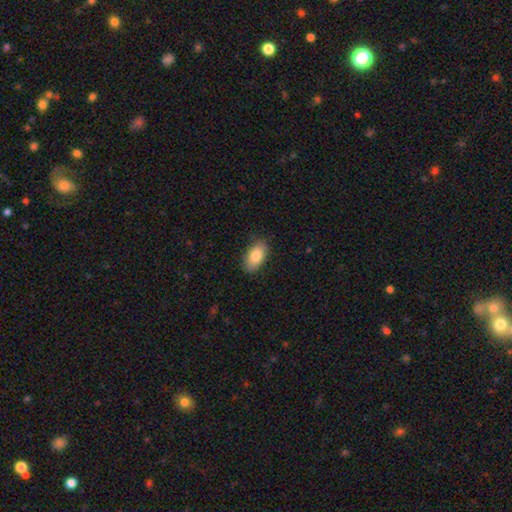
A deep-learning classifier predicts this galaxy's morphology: smooth 83%, featured or disk 10%, star or artifact 7%. Down the decision tree: how rounded — in between (93%); merging — none (85%).